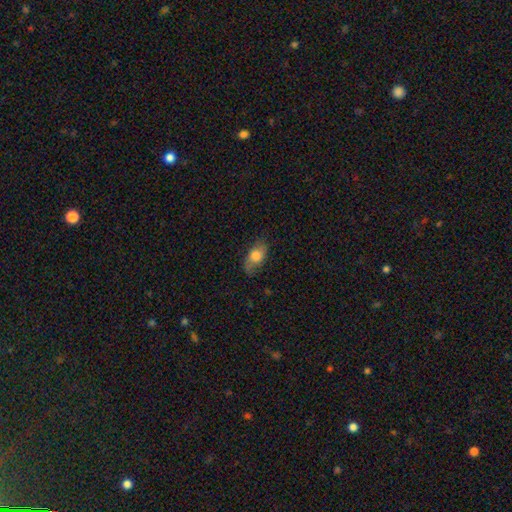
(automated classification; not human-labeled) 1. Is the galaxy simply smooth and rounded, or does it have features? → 71% smooth, 21% featured or disk, 8% star or artifact.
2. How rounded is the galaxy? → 84% in between, 9% round, 7% cigar-shaped.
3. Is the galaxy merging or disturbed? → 71% none, 21% minor disturbance, 7% major disturbance, 1% merger.